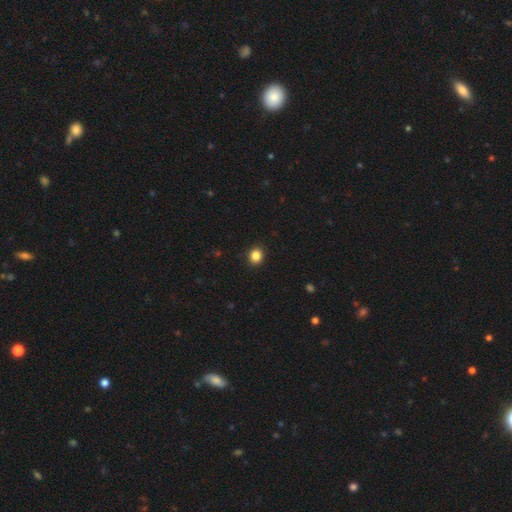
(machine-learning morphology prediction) Overall: smooth (85%). How rounded: round (75%). Merging: none (91%).